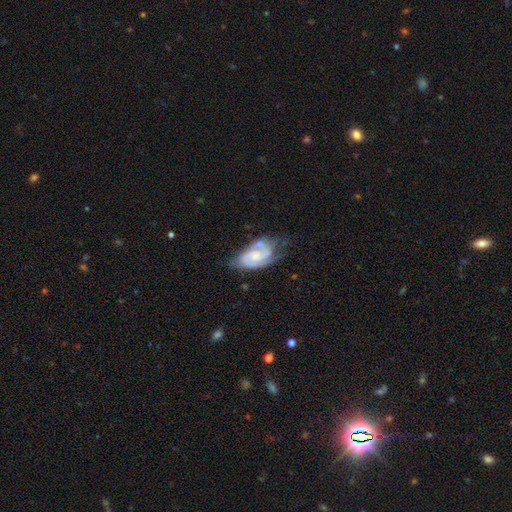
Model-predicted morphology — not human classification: A featured or disk galaxy (77%) with no bar (54%), 2 (67%) tight (46%) spiral arms (93%) and a small central bulge (38%).

Vote fractions:
- Smooth or featured? featured or disk: 77% / smooth: 17% / star or artifact: 6%
- Edge-on disk? no: 97% / yes: 3%
- Bar? no: 54% / weak: 37% / strong: 8%
- Spiral arms? yes: 93% / no: 7%
- Spiral winding? tight: 46% / medium: 42% / loose: 12%
- Spiral arm count? 2: 67% / can't tell: 14% / 3: 10% / 1: 5% / 4: 2% / more than 4: 2%
- Bulge size? small: 38% / none: 29% / moderate: 26% / large: 6% / dominant: 2%
- Merging? none: 50% / minor disturbance: 29% / major disturbance: 15% / merger: 5%